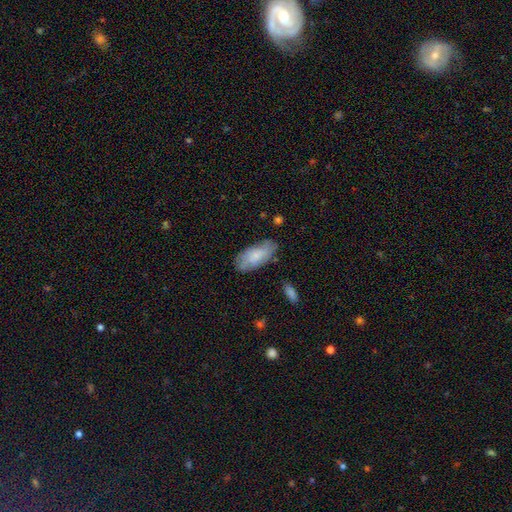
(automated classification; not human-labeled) This is likely a smooth galaxy (67%). How rounded: clearly in between (89%). Merging: likely none (73%).